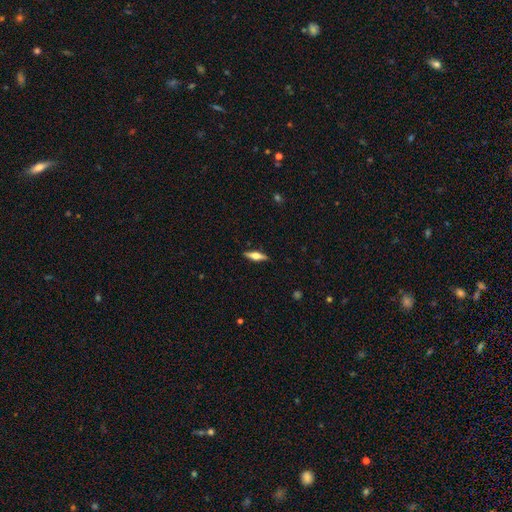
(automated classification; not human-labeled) A featured or disk galaxy (55%) viewed edge-on (95%) with a rounded central bulge (91%).

Vote fractions:
- Smooth or featured? featured or disk: 55% / smooth: 39% / star or artifact: 6%
- Edge-on disk? yes: 95% / no: 5%
- Edge-on bulge? rounded: 91% / boxy: 7% / none: 2%
- Merging? none: 89% / minor disturbance: 8% / major disturbance: 2% / merger: 1%